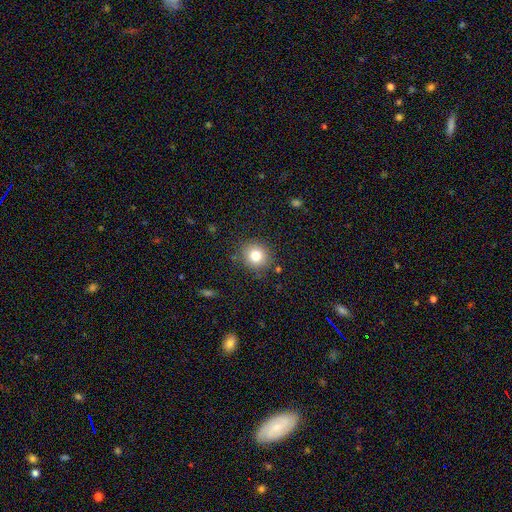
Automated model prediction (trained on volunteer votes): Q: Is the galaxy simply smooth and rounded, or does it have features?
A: smooth — 79%.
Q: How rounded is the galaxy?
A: round — 87%.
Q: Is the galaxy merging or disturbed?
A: none — 86%.